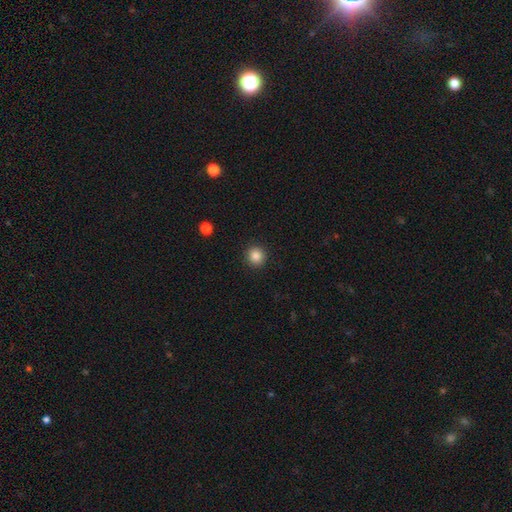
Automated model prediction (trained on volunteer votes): This appears to be a smooth galaxy with no disk features (86%) that is round (93%). Merging: none (92%).